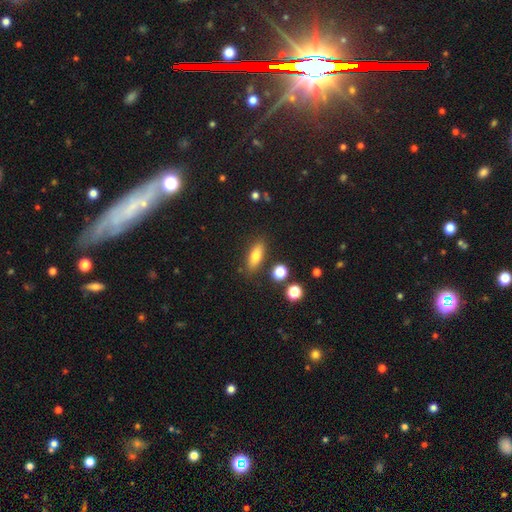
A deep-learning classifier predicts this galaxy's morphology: Smooth or featured: smooth — 78% (featured or disk — 13%)
How rounded: in between — 69% (cigar-shaped — 26%)
Merging: none — 82% (minor disturbance — 11%)